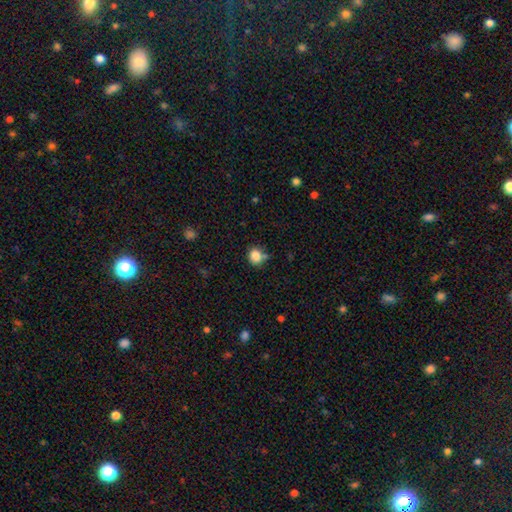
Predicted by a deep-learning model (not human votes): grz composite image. It shows a smooth galaxy with no disk features (84%) that is round (81%). Merging: none (70%).